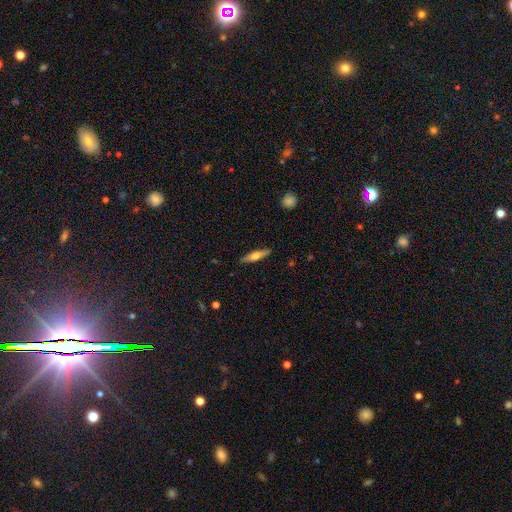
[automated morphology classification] Smooth or featured? smooth (50%)
How rounded? cigar-shaped (78%)
Merging? none (88%)